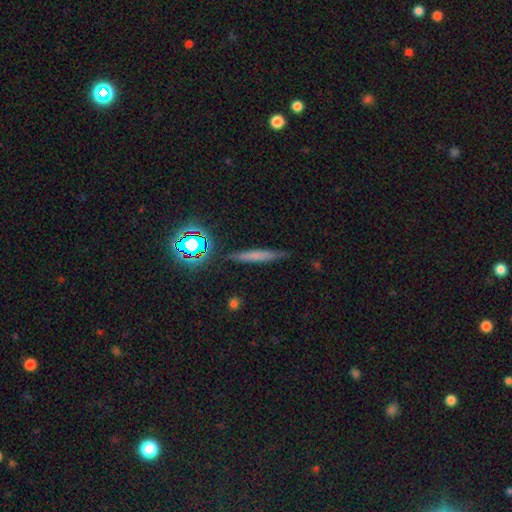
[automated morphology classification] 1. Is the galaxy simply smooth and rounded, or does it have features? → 55% smooth, 30% featured or disk, 15% star or artifact.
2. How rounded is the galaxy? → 91% cigar-shaped, 6% in between, 4% round.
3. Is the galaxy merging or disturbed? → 85% none, 11% minor disturbance, 2% major disturbance, 2% merger.